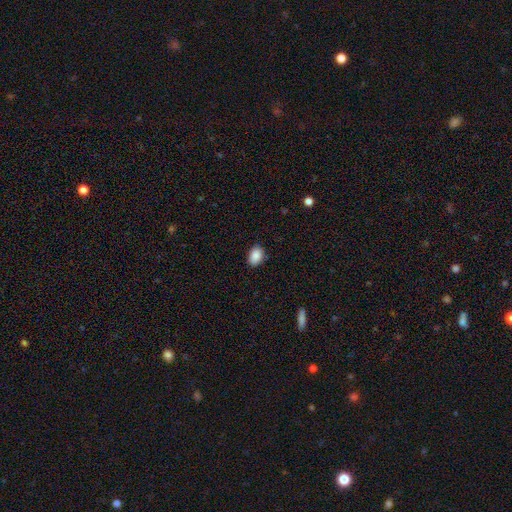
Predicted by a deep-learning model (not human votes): smooth 89%, star or artifact 7%, featured or disk 3%. Down the decision tree: how rounded — in between (82%); merging — none (87%).